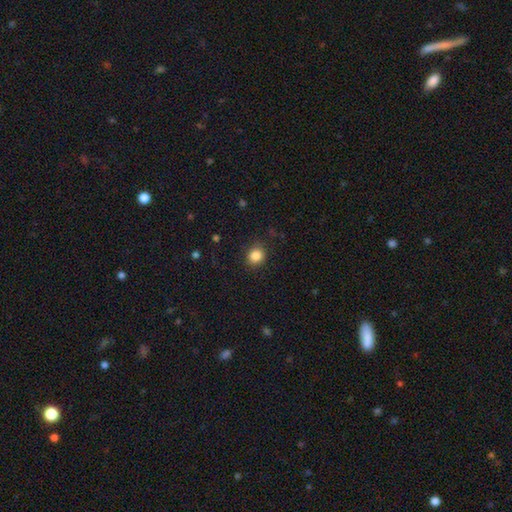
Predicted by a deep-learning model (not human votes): A smooth galaxy with no disk features (85%) that is round (73%).

Vote fractions:
- Smooth or featured? smooth: 85% / star or artifact: 11% / featured or disk: 4%
- How rounded? round: 73% / in between: 26% / cigar-shaped: 1%
- Merging? none: 86% / minor disturbance: 10% / major disturbance: 3% / merger: 1%